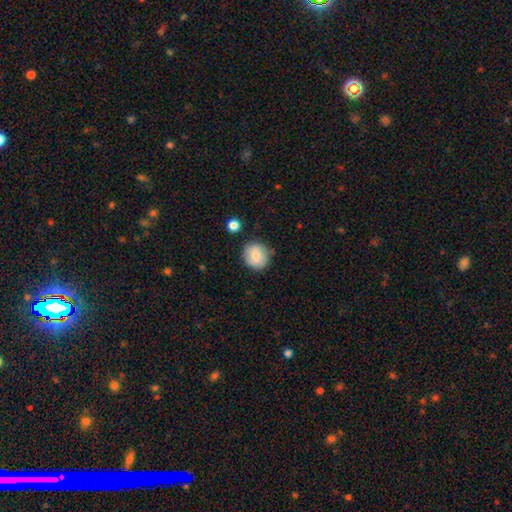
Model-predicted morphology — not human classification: Smooth or featured? Predicted: smooth (p=0.79). How rounded? Predicted: round (p=0.88). Merging? Predicted: none (p=0.81).